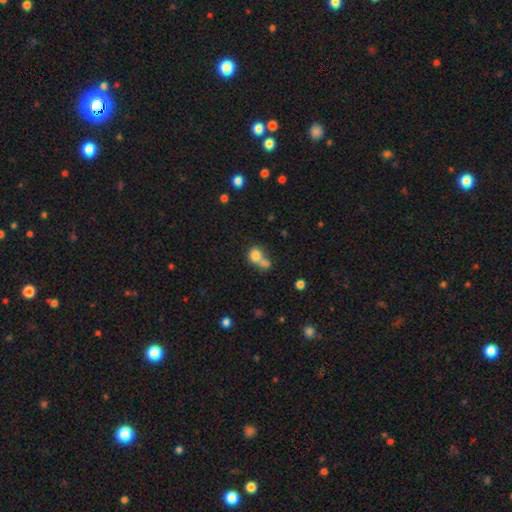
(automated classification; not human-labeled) smooth_or_featured: smooth (p=0.78) [alt: star or artifact p=0.11]
how_rounded: round (p=0.73) [alt: in between p=0.25]
merging: merger (p=0.55) [alt: none p=0.33]